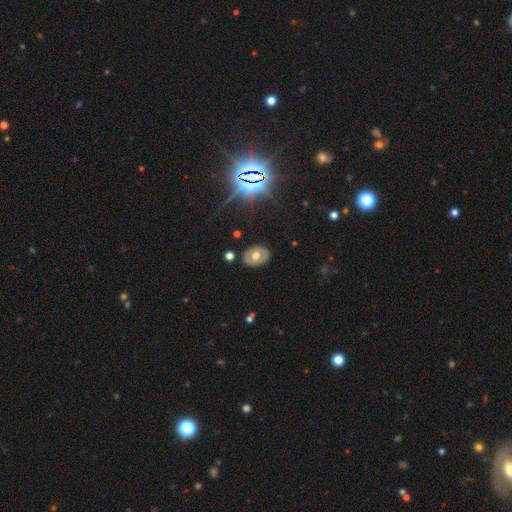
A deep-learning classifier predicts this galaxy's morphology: Smooth or featured: smooth — 48% (featured or disk — 39%)
Merging: none — 85% (minor disturbance — 10%)